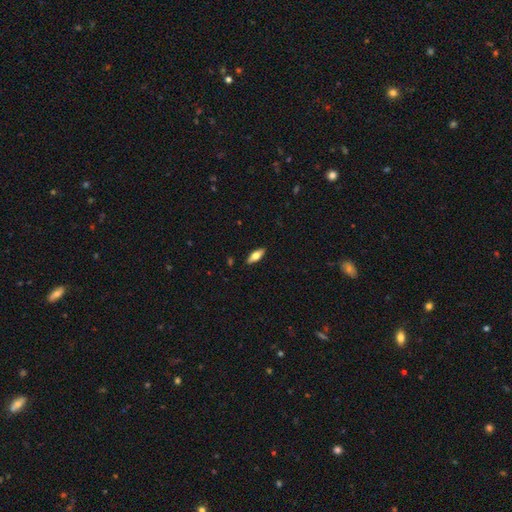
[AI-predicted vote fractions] smooth_or_featured: smooth (p=0.61) [alt: featured or disk p=0.33]
how_rounded: in between (p=0.68) [alt: cigar-shaped p=0.30]
merging: none (p=0.89) [alt: minor disturbance p=0.08]